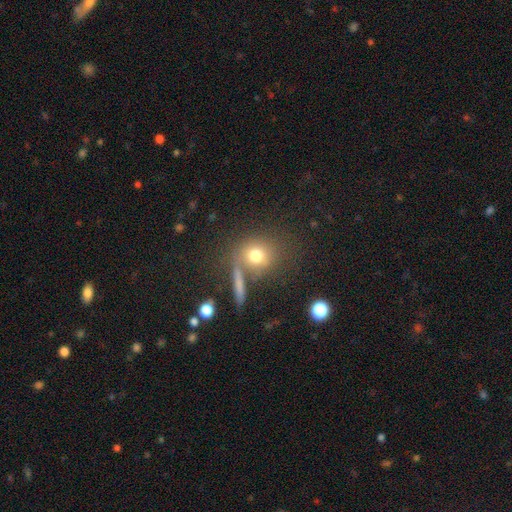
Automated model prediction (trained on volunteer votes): Morphology: type=smooth (74%); roundness=round (80%); merging=none (64%).